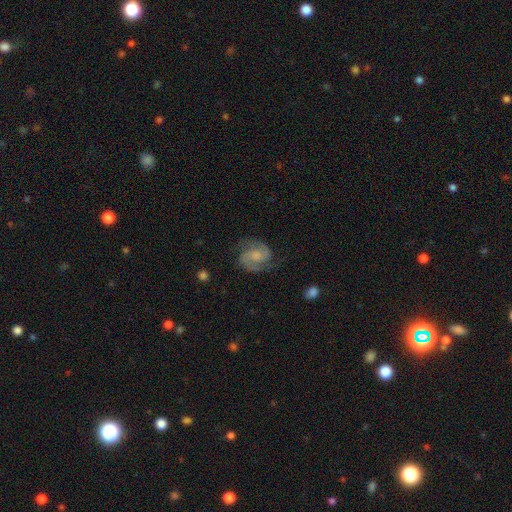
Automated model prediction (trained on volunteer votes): featured or disk 84%, smooth 10%, star or artifact 6%. Down the decision tree: edge-on disk — no (98%); bar — no (51%); spiral arms — yes (97%); spiral arm count — 2 (92%); spiral winding — medium (56%); bulge size — moderate (33%); merging — none (76%).